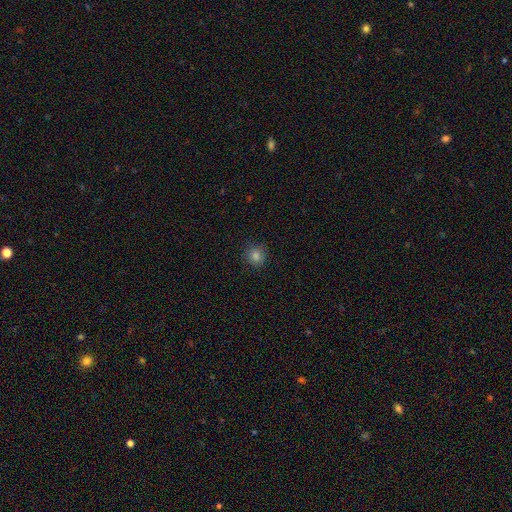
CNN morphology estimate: Smooth or featured? smooth (80%)
How rounded? round (90%)
Merging? none (88%)